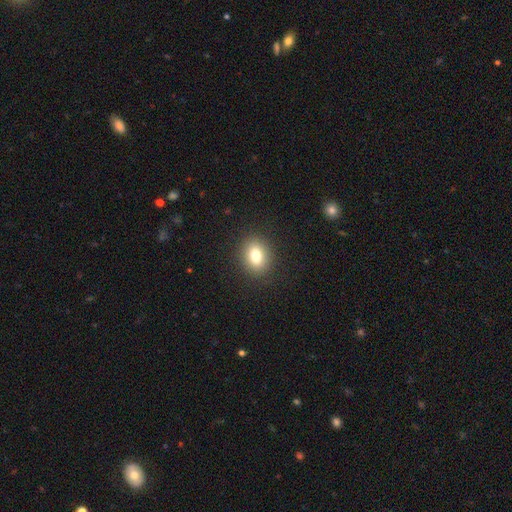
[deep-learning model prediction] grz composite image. It shows a smooth galaxy with no disk features (78%) that is round (50%). Merging: none (90%).